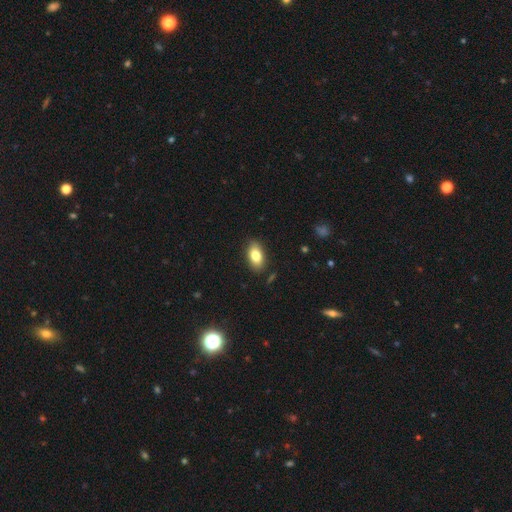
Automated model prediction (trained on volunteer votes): A smooth galaxy with no disk features (81%) that is in between round and cigar-shaped (91%).

Vote fractions:
- Smooth or featured? smooth: 81% / featured or disk: 12% / star or artifact: 8%
- How rounded? in between: 91% / round: 6% / cigar-shaped: 4%
- Merging? none: 86% / minor disturbance: 10% / major disturbance: 2% / merger: 1%